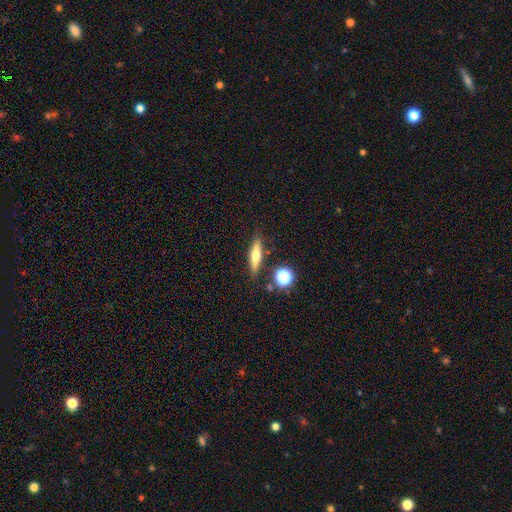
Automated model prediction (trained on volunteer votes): A smooth galaxy with no disk features (52%) that is cigar-shaped (71%). Merging: none (83%).